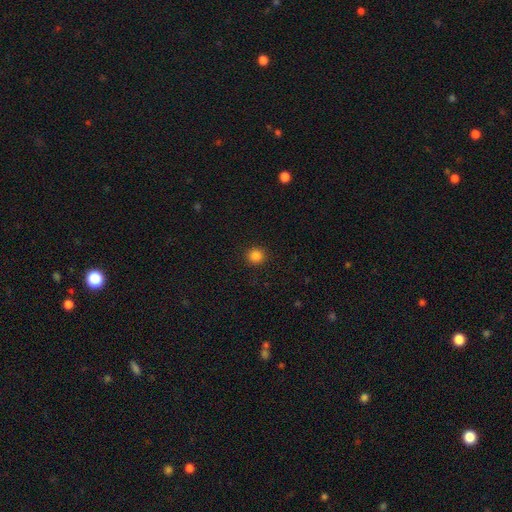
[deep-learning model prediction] smooth 85%, star or artifact 12%, featured or disk 3%. Down the decision tree: how rounded — round (93%); merging — none (92%).